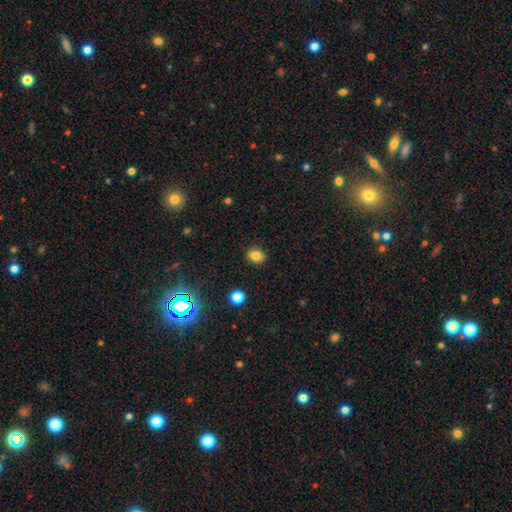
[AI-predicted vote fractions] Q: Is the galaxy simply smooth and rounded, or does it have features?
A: smooth — 81%.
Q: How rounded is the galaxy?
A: in between — 50%.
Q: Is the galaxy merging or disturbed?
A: none — 88%.